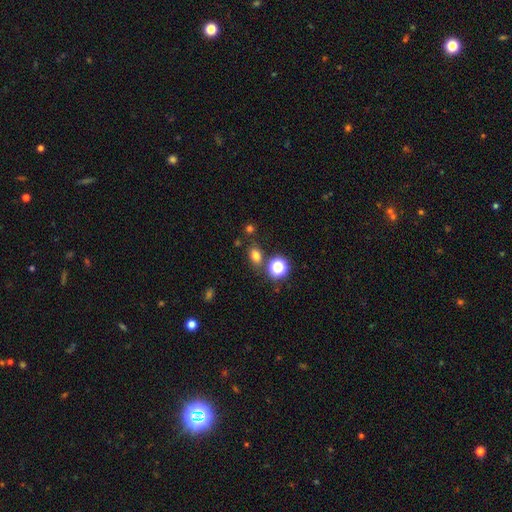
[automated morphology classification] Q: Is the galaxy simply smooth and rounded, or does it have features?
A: smooth — 74%.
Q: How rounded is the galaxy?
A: in between — 61%.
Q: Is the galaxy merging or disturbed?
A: none — 75%.